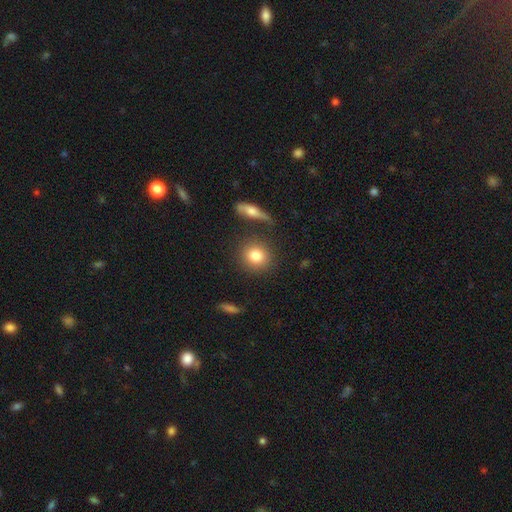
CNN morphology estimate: smooth 81%, featured or disk 10%, star or artifact 9%. Down the decision tree: how rounded — round (83%); merging — none (81%).